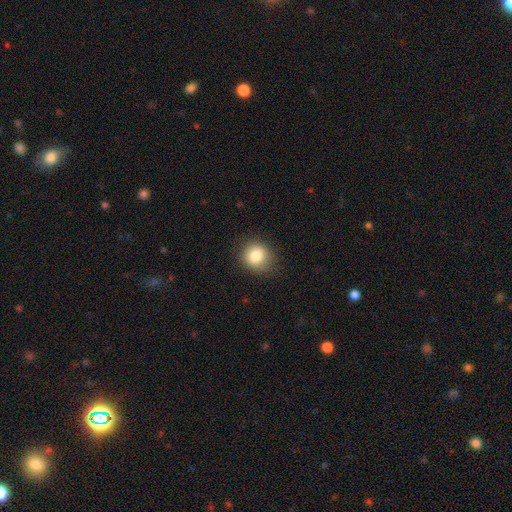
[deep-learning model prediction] smooth 83%, star or artifact 10%, featured or disk 7%. Down the decision tree: how rounded — round (84%); merging — none (85%).